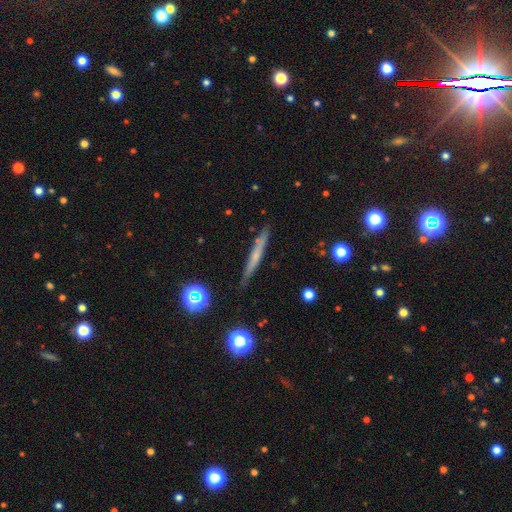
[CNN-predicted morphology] Smooth or featured: smooth — 46% (featured or disk — 45%)
Merging: none — 86% (minor disturbance — 10%)